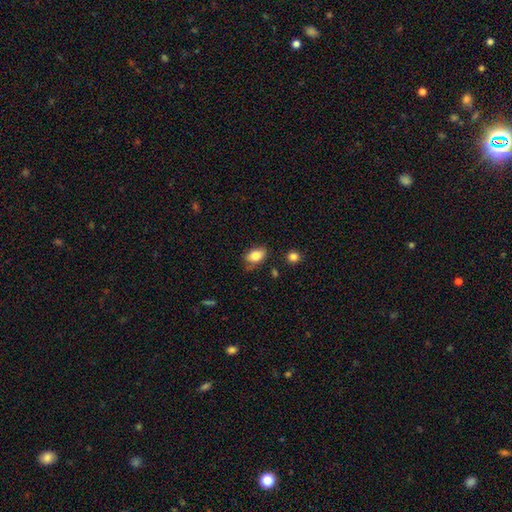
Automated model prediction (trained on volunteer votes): This appears to be a smooth galaxy with no disk features (82%) that is in between round and cigar-shaped (85%). Merging: none (69%).